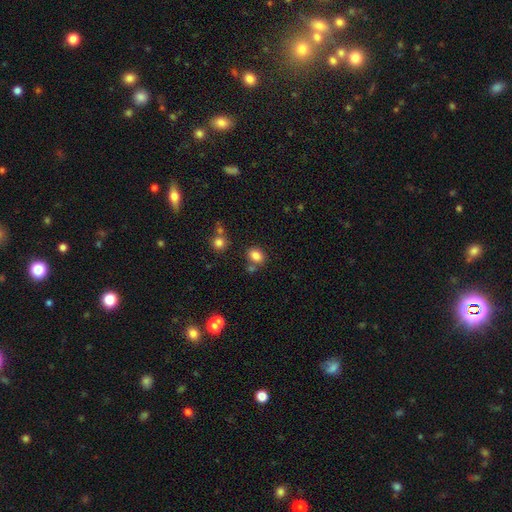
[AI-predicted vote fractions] This is clearly a smooth galaxy (83%). How rounded: likely in between (63%). Merging: likely none (71%).